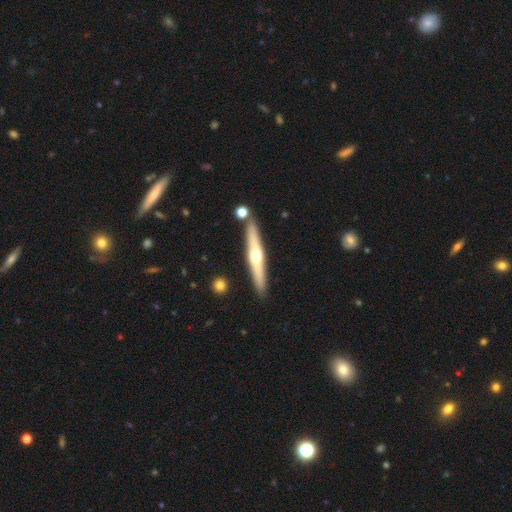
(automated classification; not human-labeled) Q: Smooth or featured?
A: featured or disk (64%); runner-up: smooth (31%)
Q: Edge-on disk?
A: yes (96%); runner-up: no (4%)
Q: Edge-on bulge?
A: rounded (90%); runner-up: none (8%)
Q: Merging?
A: none (88%); runner-up: minor disturbance (7%)